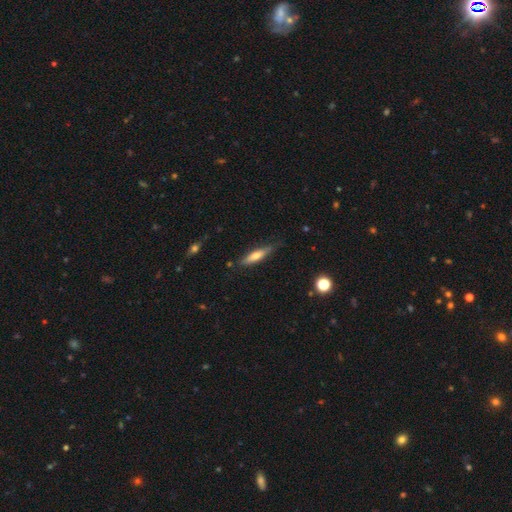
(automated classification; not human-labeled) The model was most divided on "smooth or featured": smooth: 58%, featured or disk: 36%, star or artifact: 6%. More confident: merging — none (77%); how rounded — cigar-shaped (77%).